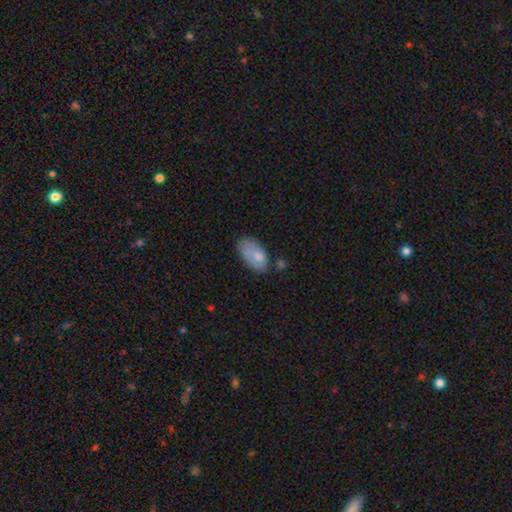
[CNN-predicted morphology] Smooth or featured? Predicted: smooth (p=0.76). How rounded? Predicted: in between (p=0.94). Merging? Predicted: none (p=0.50).